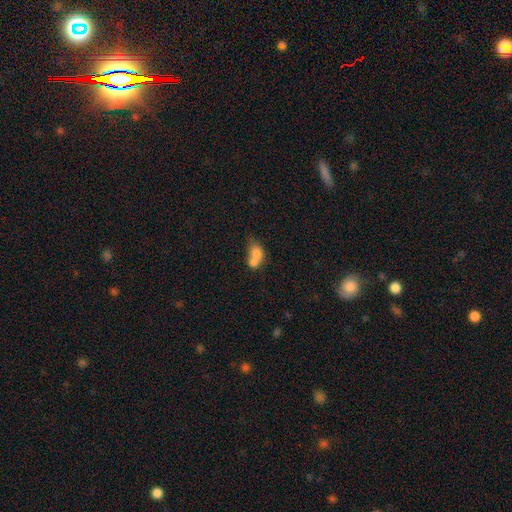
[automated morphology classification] type=smooth (71%); roundness=in between (65%); merging=merger (69%).